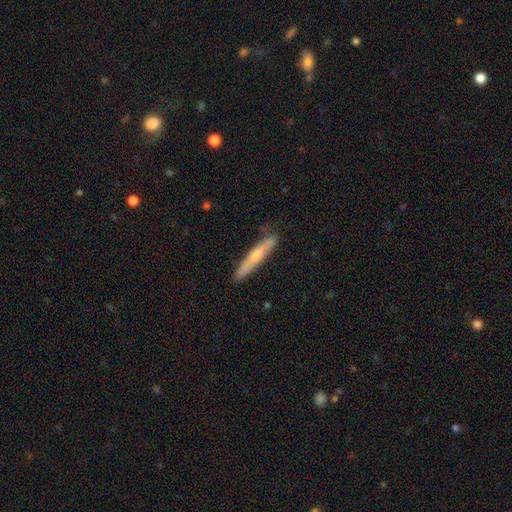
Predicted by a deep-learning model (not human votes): Smooth or featured? Predicted: smooth (p=0.51). How rounded? Predicted: cigar-shaped (p=0.94). Merging? Predicted: none (p=0.83).